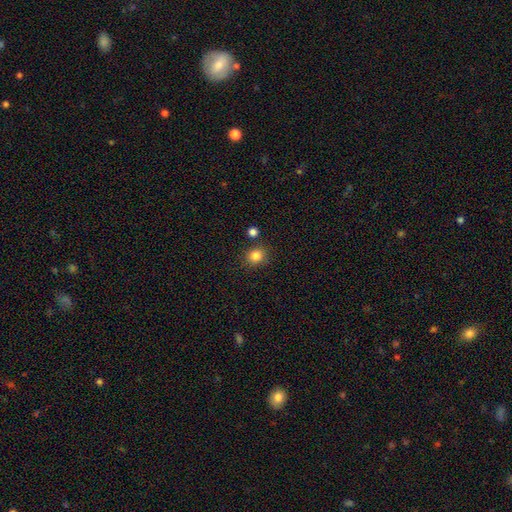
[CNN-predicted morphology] The model was most divided on "how rounded": round: 79%, in between: 21%, cigar-shaped: 1%. More confident: smooth or featured — smooth (84%); merging — none (81%).